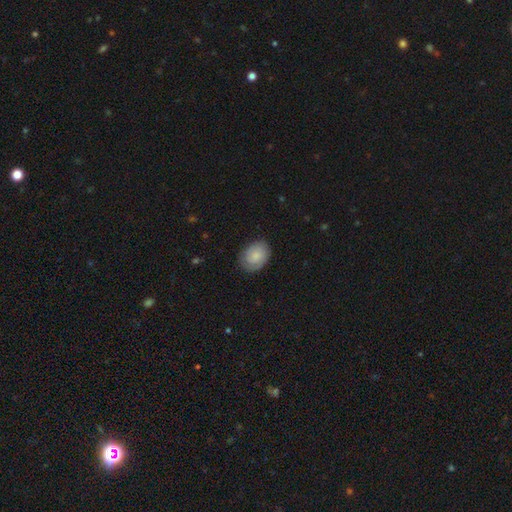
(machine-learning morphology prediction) Smooth or featured? smooth (69%)
How rounded? in between (69%)
Merging? none (78%)